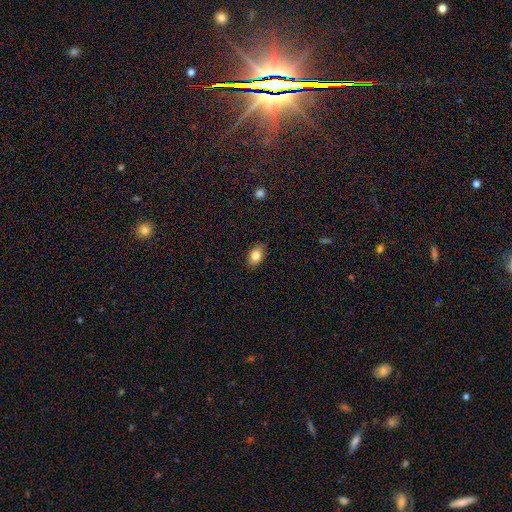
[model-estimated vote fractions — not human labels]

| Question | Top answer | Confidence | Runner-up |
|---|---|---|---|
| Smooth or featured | smooth | 83% | featured or disk (9%) |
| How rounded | in between | 84% | round (14%) |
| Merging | none | 86% | minor disturbance (11%) |